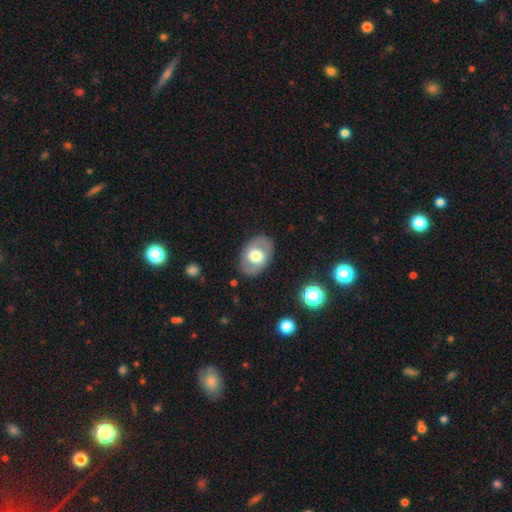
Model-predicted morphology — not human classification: Smooth or featured: featured or disk — 48% (smooth — 45%)
Merging: none — 83% (minor disturbance — 11%)